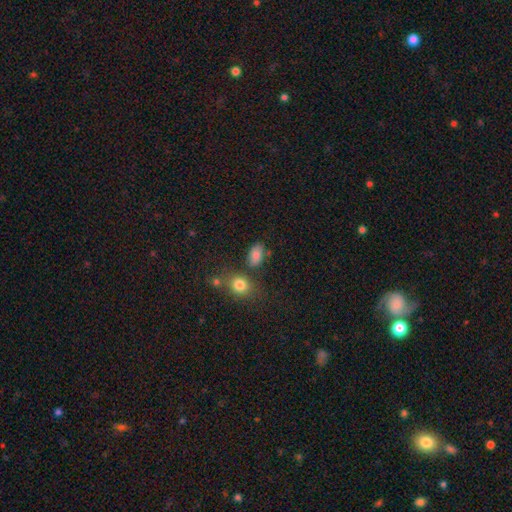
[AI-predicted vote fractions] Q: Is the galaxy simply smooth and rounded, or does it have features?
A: smooth — 82%.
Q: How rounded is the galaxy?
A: in between — 86%.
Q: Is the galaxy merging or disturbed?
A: none — 71%.